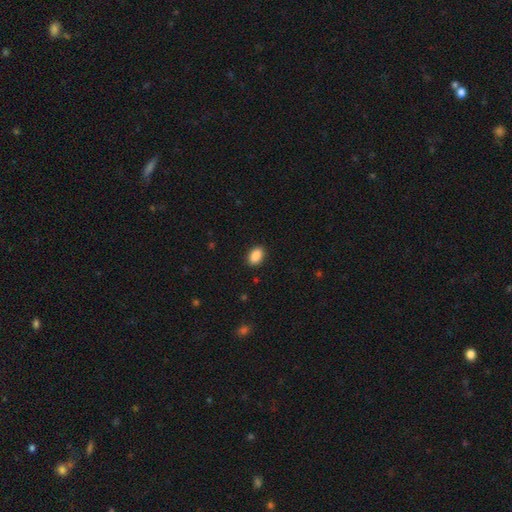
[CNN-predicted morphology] Smooth or featured? Predicted: smooth (p=0.90). How rounded? Predicted: in between (p=0.88). Merging? Predicted: none (p=0.89).